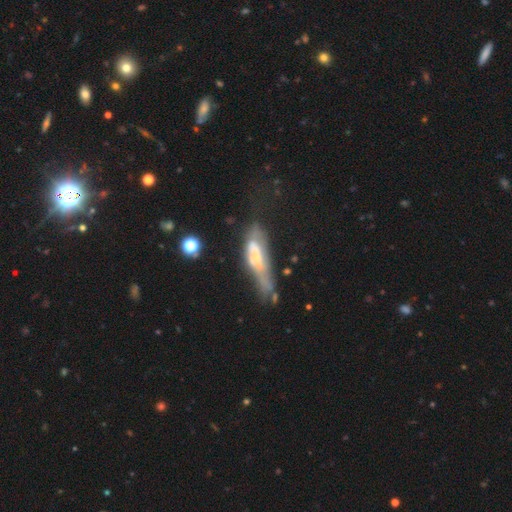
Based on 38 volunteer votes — This is possibly a featured or disk galaxy (58%). It is possibly viewed edge-on (55%). Edge-on bulge: likely rounded (75%). Merging: marginally minor disturbance (35%, tied with major disturbance).